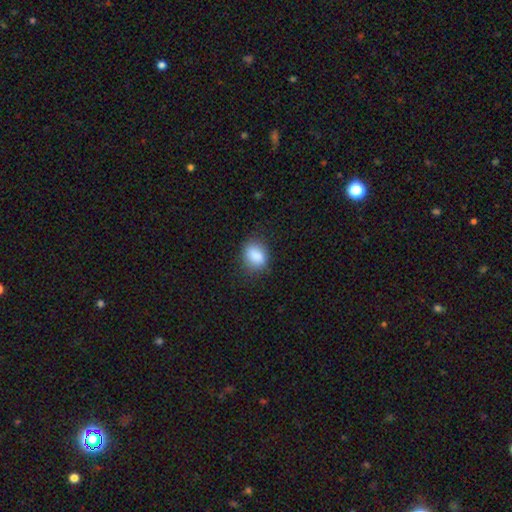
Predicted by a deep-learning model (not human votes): Smooth or featured? smooth (86%)
How rounded? in between (64%)
Merging? none (76%)